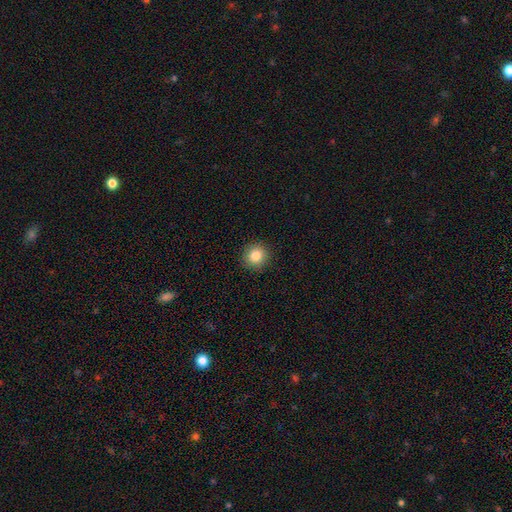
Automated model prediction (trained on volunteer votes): This is clearly a smooth galaxy (85%). How rounded: clearly round (92%). Merging: clearly none (92%).